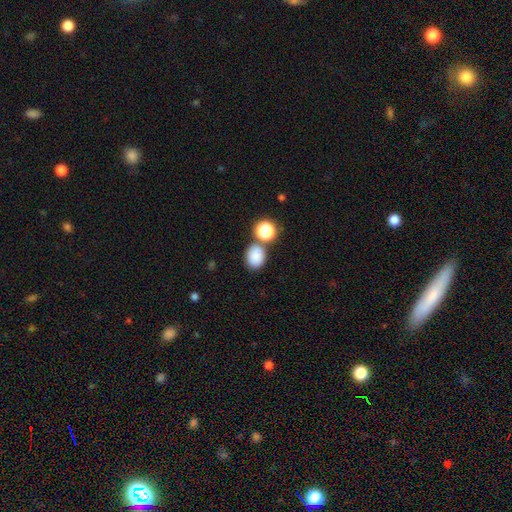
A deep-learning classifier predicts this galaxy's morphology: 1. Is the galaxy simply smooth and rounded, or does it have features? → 83% smooth, 12% star or artifact, 5% featured or disk.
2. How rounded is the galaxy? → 59% in between, 40% round, 1% cigar-shaped.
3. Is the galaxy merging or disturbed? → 67% none, 17% merger, 12% minor disturbance, 4% major disturbance.